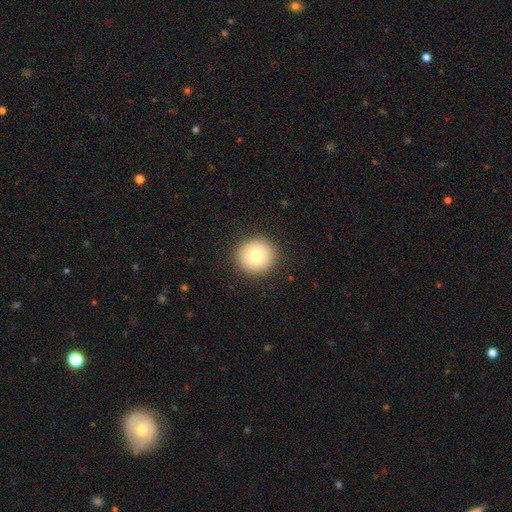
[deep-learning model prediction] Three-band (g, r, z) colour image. It shows a smooth galaxy with no disk features (78%) that is round (93%). Merging: none (91%).